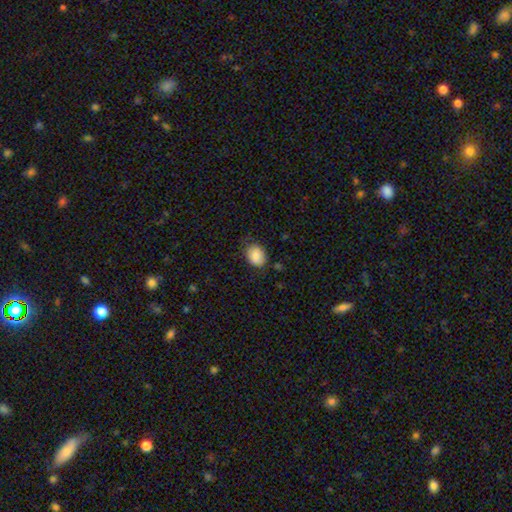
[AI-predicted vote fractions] This is clearly a smooth galaxy (87%). How rounded: likely in between (69%). Merging: likely none (72%).